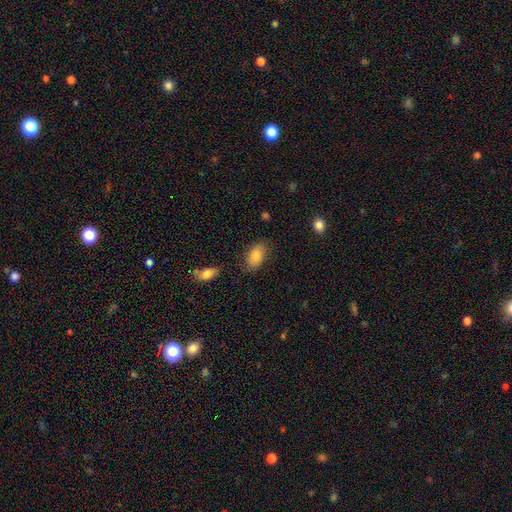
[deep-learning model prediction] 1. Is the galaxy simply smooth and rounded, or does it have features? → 80% smooth, 13% featured or disk, 8% star or artifact.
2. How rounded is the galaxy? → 92% in between, 6% round, 2% cigar-shaped.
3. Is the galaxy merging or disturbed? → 74% none, 18% minor disturbance, 5% major disturbance, 3% merger.